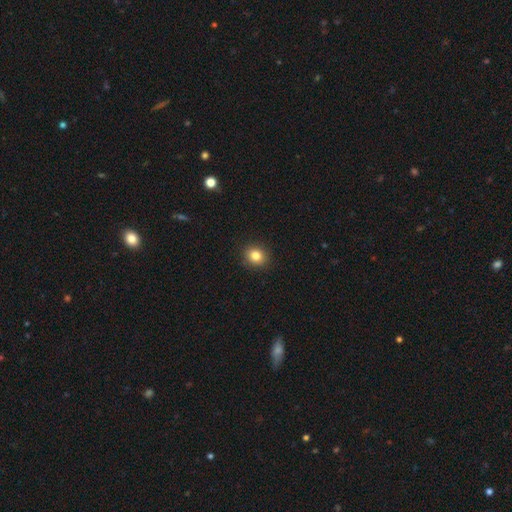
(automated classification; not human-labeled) A smooth galaxy with no disk features (83%) that is round (74%). Merging: none (91%).